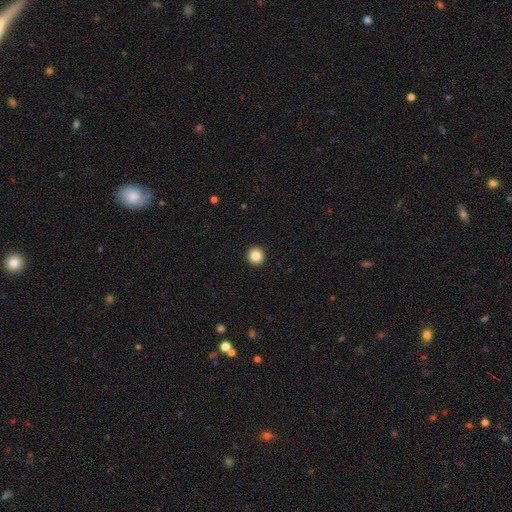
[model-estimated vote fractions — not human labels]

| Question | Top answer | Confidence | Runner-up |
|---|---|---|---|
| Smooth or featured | smooth | 85% | star or artifact (10%) |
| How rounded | round | 93% | in between (6%) |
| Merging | none | 94% | minor disturbance (4%) |